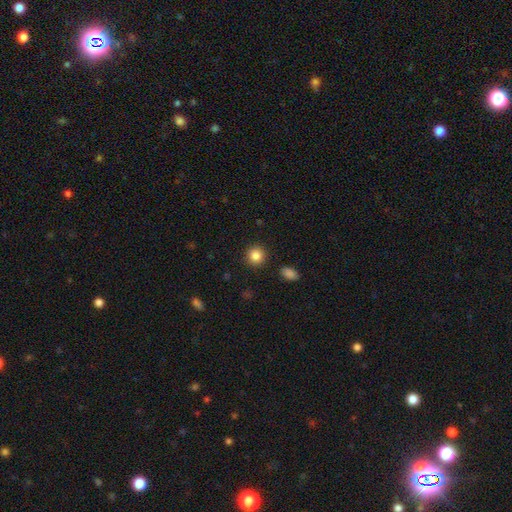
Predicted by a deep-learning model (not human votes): smooth 85%, star or artifact 10%, featured or disk 5%. Down the decision tree: how rounded — round (92%); merging — none (91%).